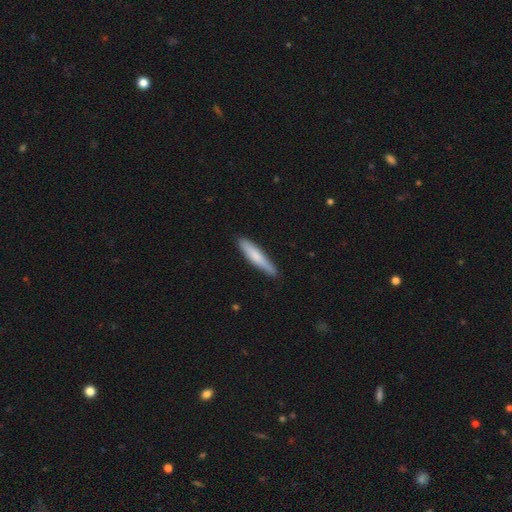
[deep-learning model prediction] Smooth or featured? Predicted: smooth (p=0.74). How rounded? Predicted: cigar-shaped (p=0.89). Merging? Predicted: none (p=0.86).